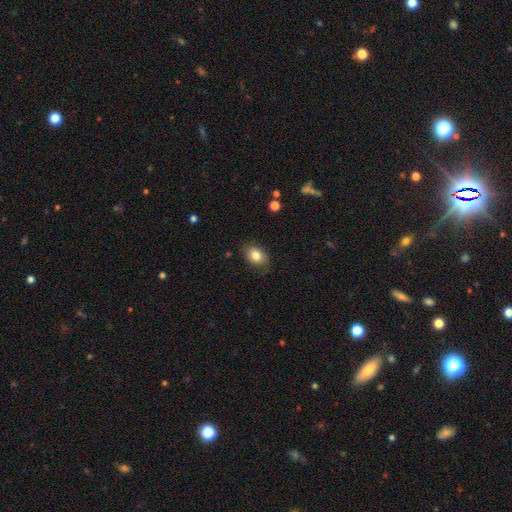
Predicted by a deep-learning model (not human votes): A smooth galaxy with no disk features (82%) that is in between round and cigar-shaped (76%). Merging: none (81%).